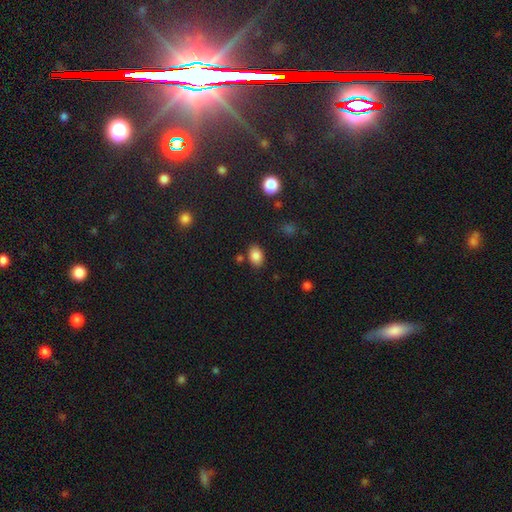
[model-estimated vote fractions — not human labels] Morphology: type=smooth (85%); roundness=in between (79%); merging=none (80%).